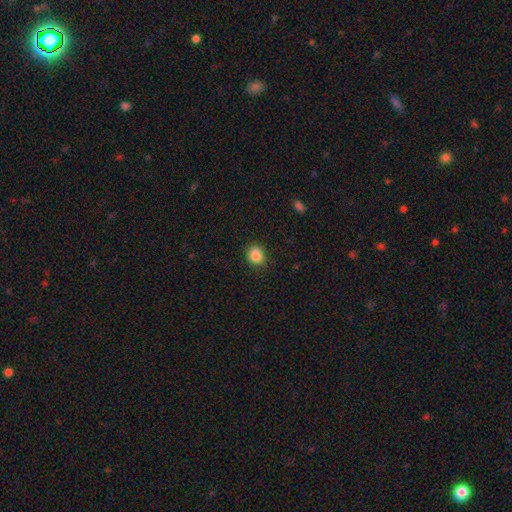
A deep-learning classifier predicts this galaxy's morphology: This appears to be a smooth galaxy with no disk features (86%) that is round (72%). Merging: none (87%).